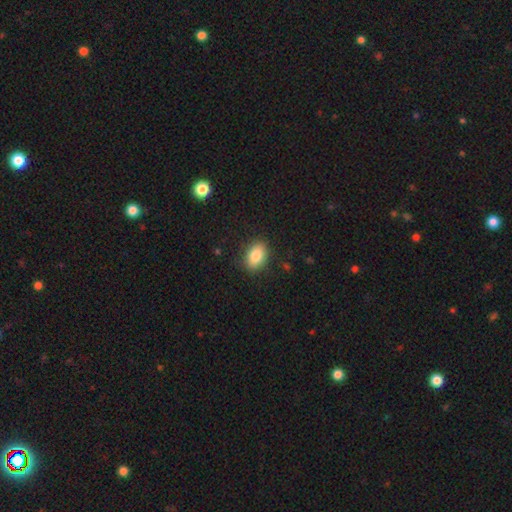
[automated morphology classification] The model was most divided on "how rounded": in between: 83%, round: 15%, cigar-shaped: 1%. More confident: merging — none (87%); smooth or featured — smooth (83%).